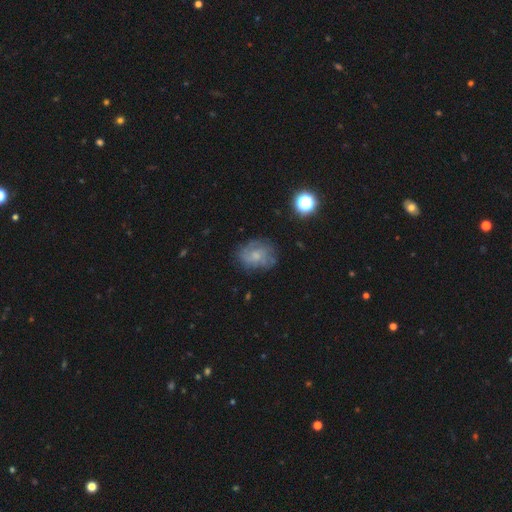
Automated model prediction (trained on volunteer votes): A featured or disk galaxy (55%) with no bar (76%), spiral arms (74%) and a small central bulge (50%). Merging: none (67%).